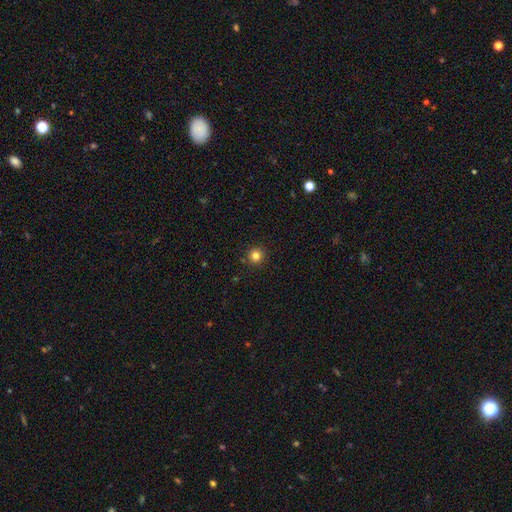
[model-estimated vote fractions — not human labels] Smooth or featured?
  - smooth: 82% *
  - star or artifact: 13%
  - featured or disk: 5%
How rounded?
  - round: 94% *
  - in between: 5%
  - cigar-shaped: 1%
Merging?
  - none: 92% *
  - minor disturbance: 5%
  - major disturbance: 2%
  - merger: 1%